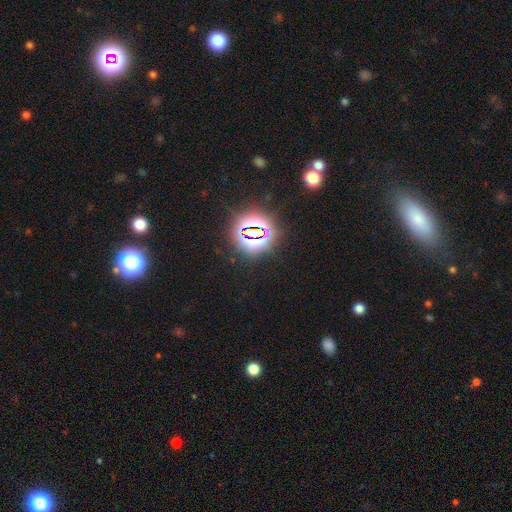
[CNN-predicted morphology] A star or artifact, not a galaxy (73%).

Vote fractions:
- Smooth or featured? star or artifact: 73% / smooth: 19% / featured or disk: 8%